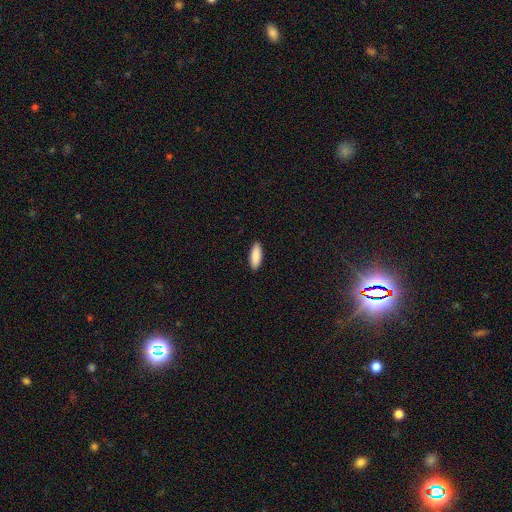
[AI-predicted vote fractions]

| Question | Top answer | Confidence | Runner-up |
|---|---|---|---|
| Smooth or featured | smooth | 90% | star or artifact (5%) |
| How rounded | in between | 68% | cigar-shaped (31%) |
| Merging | none | 91% | minor disturbance (6%) |